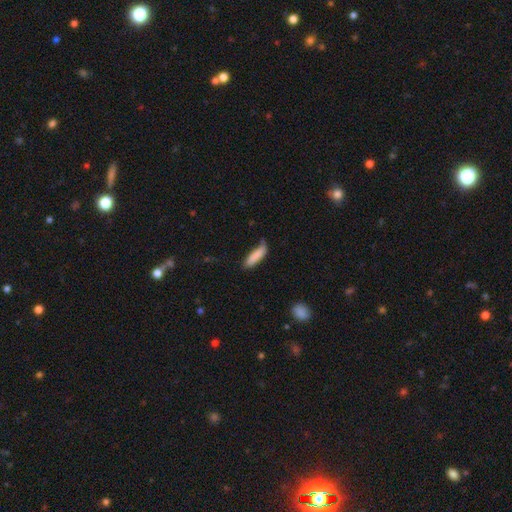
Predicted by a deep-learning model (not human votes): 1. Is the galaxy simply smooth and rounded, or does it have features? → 86% smooth, 8% featured or disk, 6% star or artifact.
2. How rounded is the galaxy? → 69% cigar-shaped, 30% in between, 1% round.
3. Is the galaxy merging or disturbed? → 70% none, 23% minor disturbance, 4% major disturbance, 3% merger.